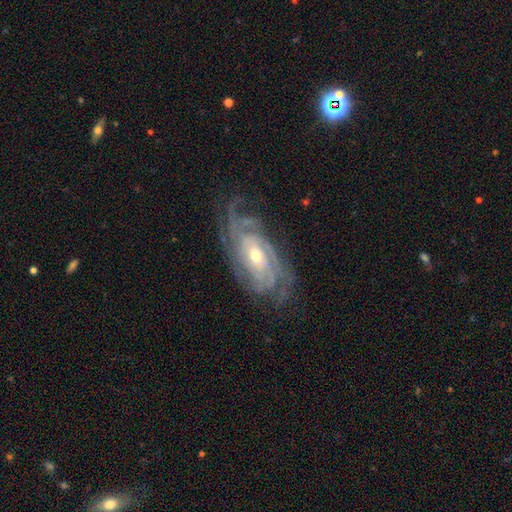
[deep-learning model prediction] The model was most divided on "spiral arm count" (2-way tie): 4: 25%, can't tell: 25%, 3: 19%, more than 4: 12%, 2: 12%, 1: 7%. More confident: spiral arms — yes (97%); edge-on disk — no (94%); smooth or featured — featured or disk (89%); merging — none (74%); spiral winding — tight (72%); bar — no (55%); bulge size — moderate (54%).